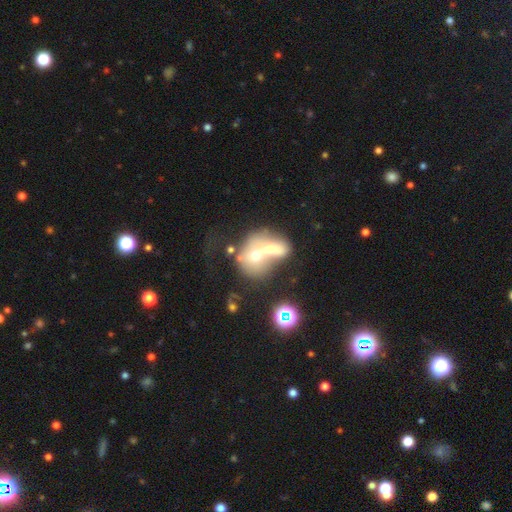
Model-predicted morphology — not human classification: A smooth galaxy with no disk features (53%) that is round (57%). Merging: merger (75%).